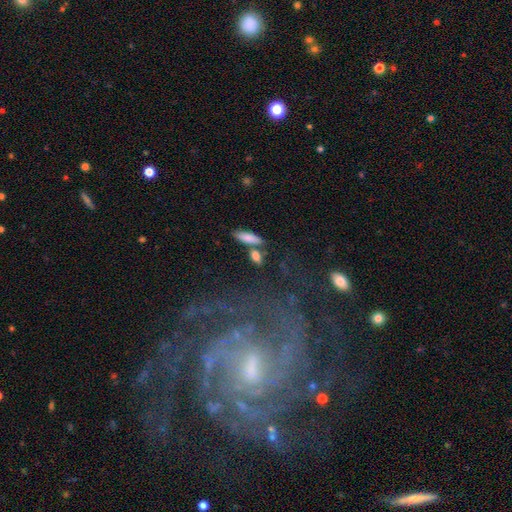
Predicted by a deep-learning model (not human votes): Q: Smooth or featured?
A: smooth (81%); runner-up: featured or disk (11%)
Q: How rounded?
A: in between (53%); runner-up: cigar-shaped (42%)
Q: Merging?
A: none (61%); runner-up: merger (22%)